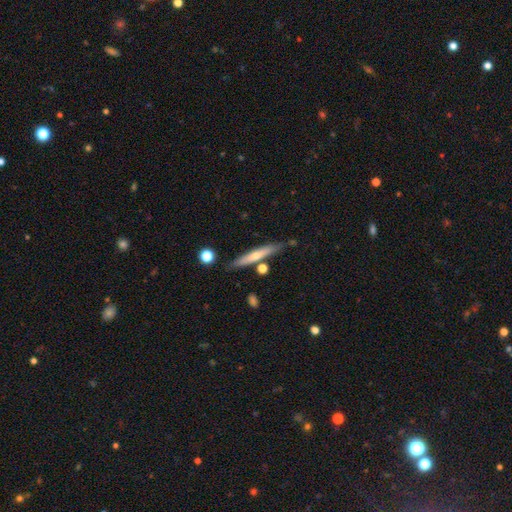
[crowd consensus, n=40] featured or disk 65%, smooth 32%, star or artifact 2%. Down the decision tree: edge-on disk — yes (92%); edge-on bulge — rounded (58%); merging — none (87%).